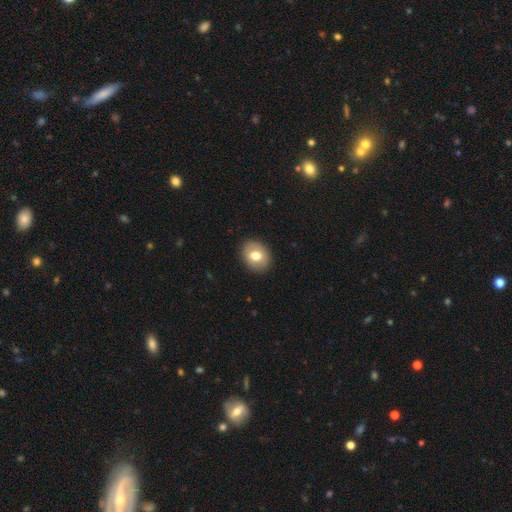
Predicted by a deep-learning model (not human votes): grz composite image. It shows a smooth galaxy with no disk features (74%) that is in between round and cigar-shaped (50%). Merging: none (89%).